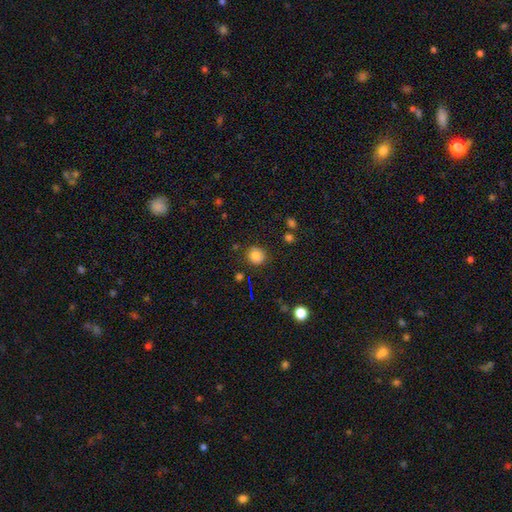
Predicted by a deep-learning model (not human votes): This is clearly a smooth galaxy (82%). How rounded: clearly round (90%). Merging: clearly none (87%).